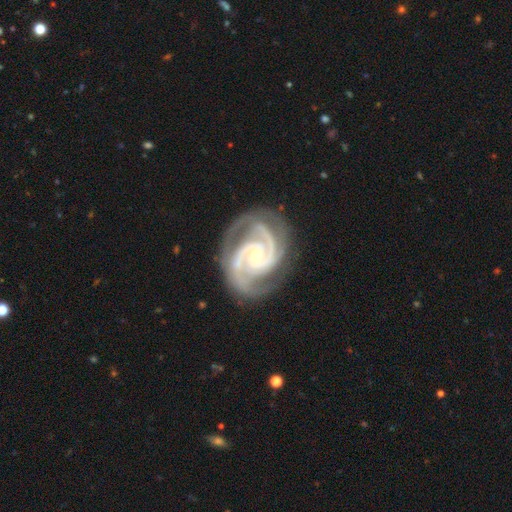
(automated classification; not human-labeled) smooth-or-featured: featured or disk: 94% | star or artifact: 4% | smooth: 2%
  disk-edge-on: no: 98% | yes: 2%
    bar: no: 60% | weak: 28% | strong: 12%
    has-spiral-arms: yes: 99% | no: 1%
      spiral-winding: tight: 59% | medium: 38% | loose: 3%
      spiral-arm-count: 2: 48% | 3: 37% | 4: 4% | can't tell: 4% | 1: 3% | more than 4: 3%
    bulge-size: small: 62% | moderate: 35% | large: 1% | none: 1% | dominant: 1%
  merging: none: 77% | minor disturbance: 16% | major disturbance: 6% | merger: 1%